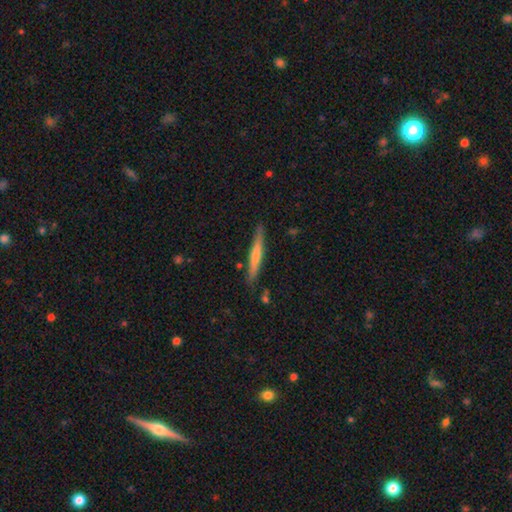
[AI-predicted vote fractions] A smooth galaxy with no disk features (55%) that is cigar-shaped (95%). Merging: none (85%).